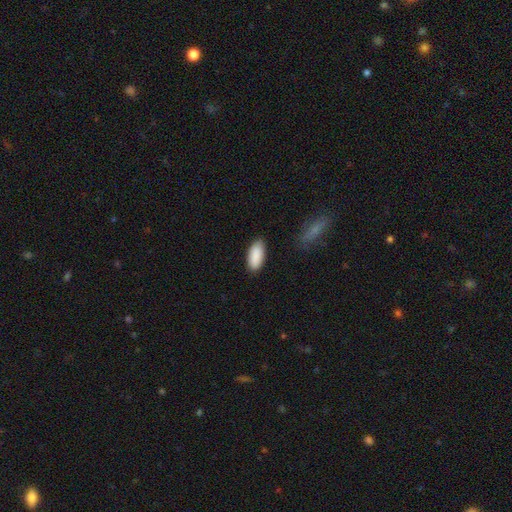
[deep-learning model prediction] Smooth or featured? Predicted: smooth (p=0.90). How rounded? Predicted: in between (p=0.89). Merging? Predicted: none (p=0.84).